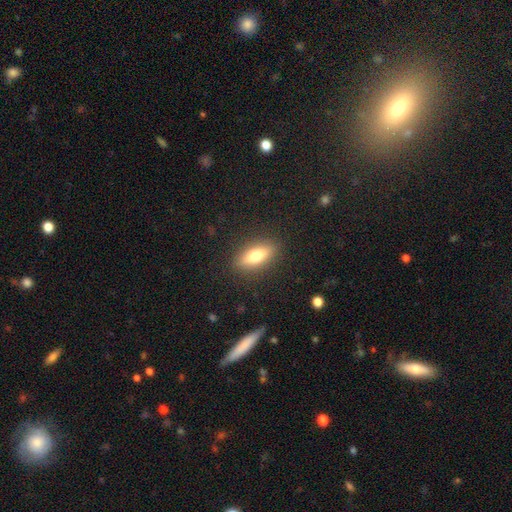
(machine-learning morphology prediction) Overall: smooth (69%). How rounded: in between (68%; cigar-shaped 28%). Merging: none (88%).